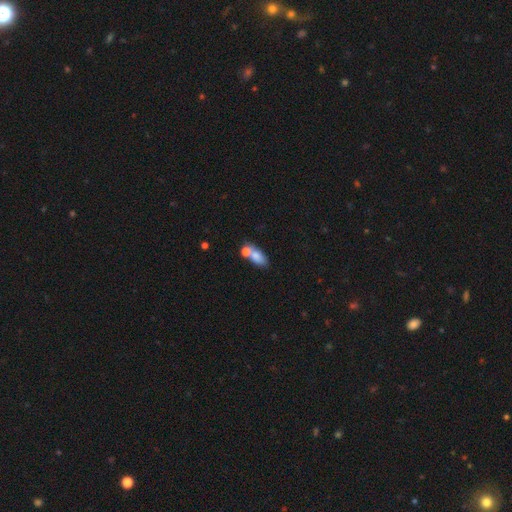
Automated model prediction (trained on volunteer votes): smooth 76%, featured or disk 15%, star or artifact 9%. Down the decision tree: how rounded — in between (79%); merging — merger (45%).